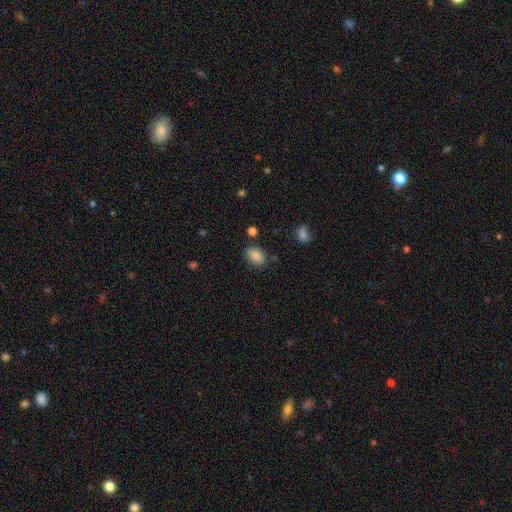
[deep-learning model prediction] Smooth or featured? smooth (86%)
How rounded? in between (84%)
Merging? none (76%)